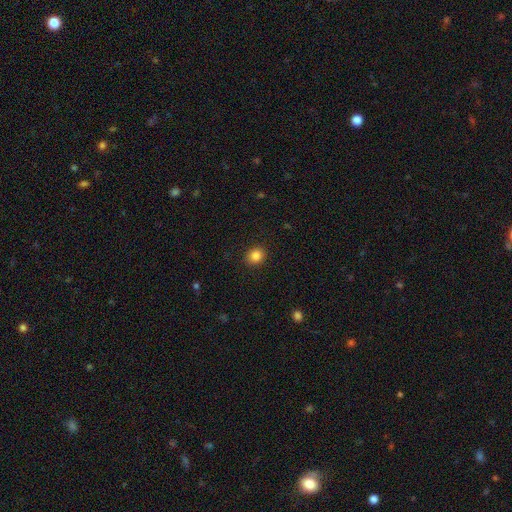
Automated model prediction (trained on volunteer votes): This is clearly a smooth galaxy (85%). How rounded: likely round (73%). Merging: clearly none (91%).